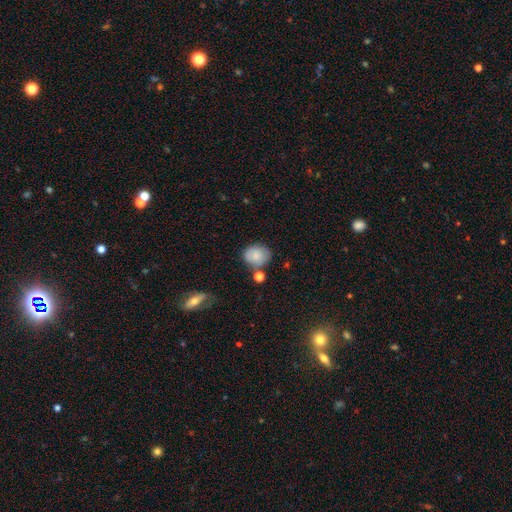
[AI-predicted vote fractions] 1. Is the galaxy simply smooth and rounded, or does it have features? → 81% smooth, 11% featured or disk, 8% star or artifact.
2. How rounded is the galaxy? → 55% round, 44% in between, 1% cigar-shaped.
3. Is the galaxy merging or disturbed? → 63% none, 20% minor disturbance, 12% merger, 6% major disturbance.